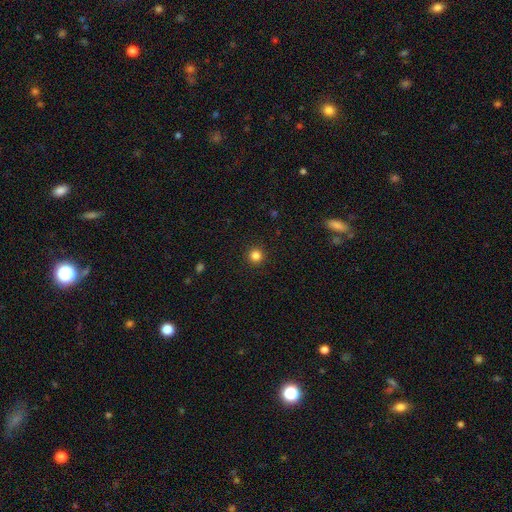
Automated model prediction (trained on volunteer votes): Smooth or featured: smooth — 83% (star or artifact — 12%)
How rounded: round — 96% (in between — 3%)
Merging: none — 93% (minor disturbance — 4%)